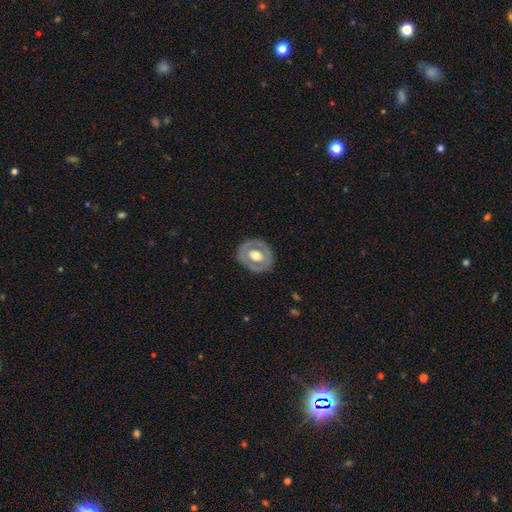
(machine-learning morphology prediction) This is possibly a featured or disk galaxy (55%). It is clearly not viewed edge-on (94%). Bar: likely no (68%). Spiral arm pattern: clearly no (86%). Central bulge: likely moderate (61%). Merging: clearly none (82%).